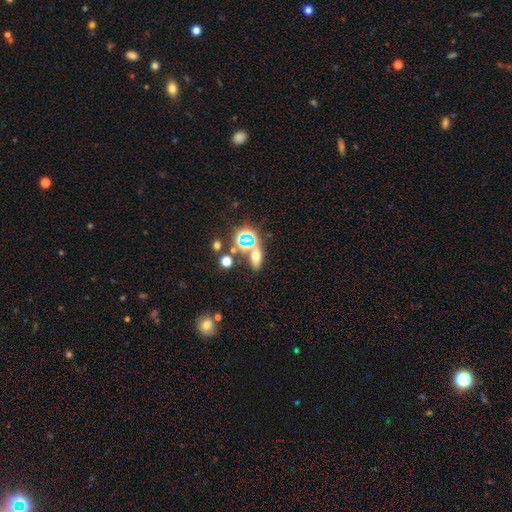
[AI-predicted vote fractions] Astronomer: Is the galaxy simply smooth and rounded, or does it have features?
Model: smooth — 52% (runner-up: star or artifact, 29%).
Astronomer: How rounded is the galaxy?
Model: in between — 68%.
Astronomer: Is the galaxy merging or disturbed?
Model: none — 63%.